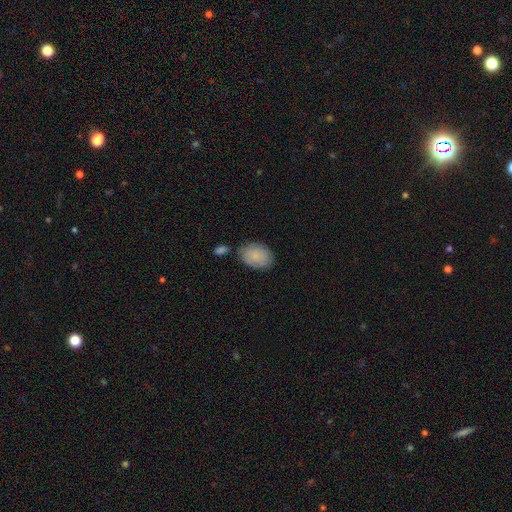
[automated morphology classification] Smooth or featured? Predicted: smooth (p=0.83). How rounded? Predicted: in between (p=0.82). Merging? Predicted: none (p=0.70).